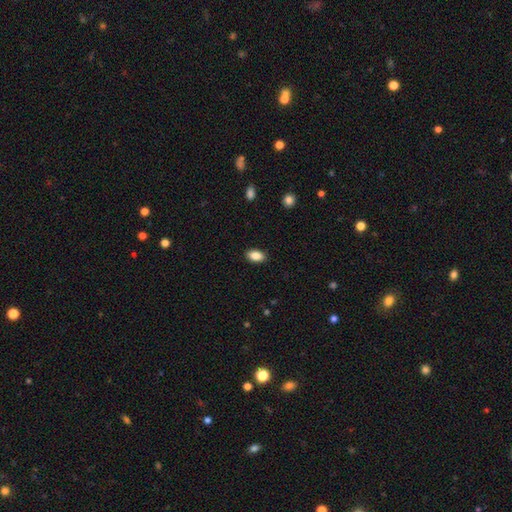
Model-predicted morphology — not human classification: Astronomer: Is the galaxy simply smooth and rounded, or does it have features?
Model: smooth — 88%.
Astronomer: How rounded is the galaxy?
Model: in between — 92%.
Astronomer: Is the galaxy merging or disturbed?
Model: none — 89%.